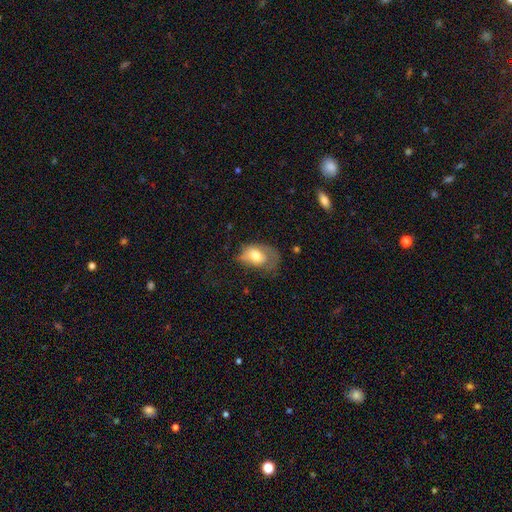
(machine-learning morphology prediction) smooth 65%, featured or disk 27%, star or artifact 8%. Down the decision tree: how rounded — in between (84%); merging — major disturbance (35%).